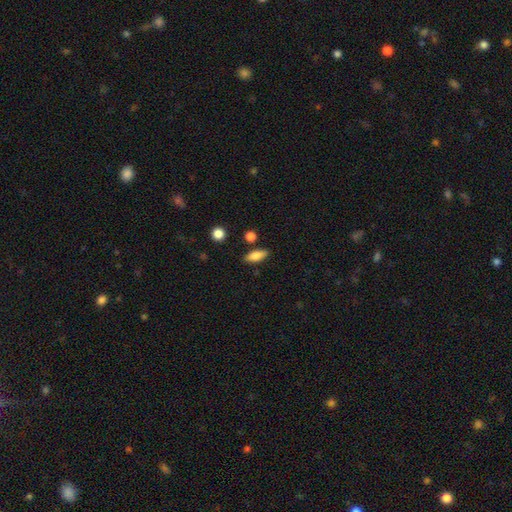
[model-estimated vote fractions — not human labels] Morphology: type=smooth (79%); roundness=in between (74%); merging=none (82%).